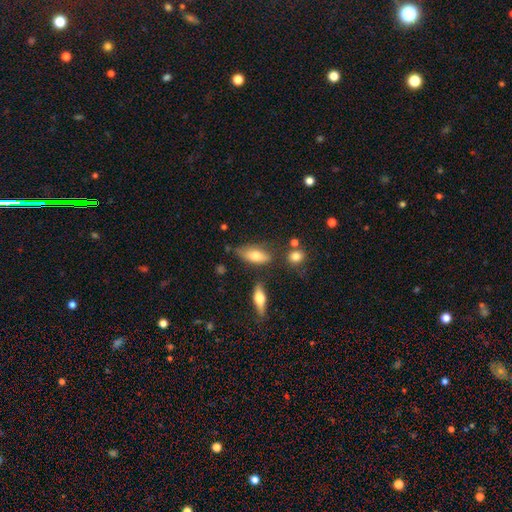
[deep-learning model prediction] Overall: smooth (73%). How rounded: in between (81%). Merging: none (62%; minor disturbance 24%).